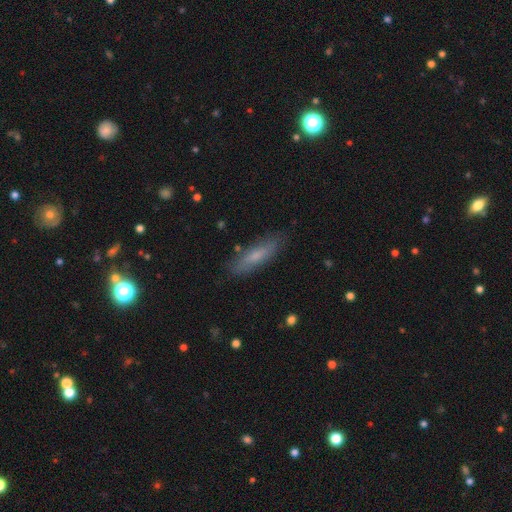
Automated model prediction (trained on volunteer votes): smooth-or-featured: smooth: 66% | featured or disk: 27% | star or artifact: 7%
  how-rounded: cigar-shaped: 66% | in between: 33% | round: 2%
  merging: none: 82% | minor disturbance: 13% | major disturbance: 3% | merger: 2%